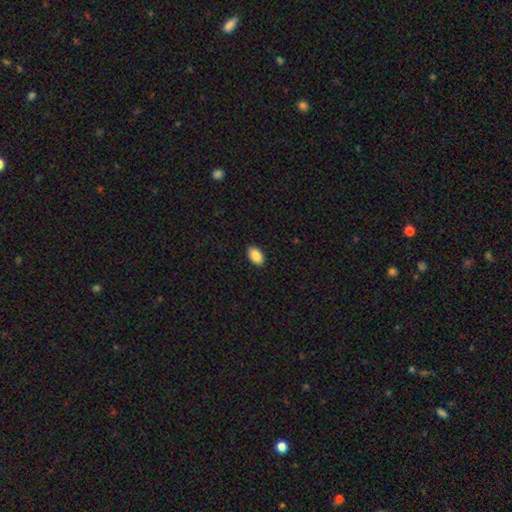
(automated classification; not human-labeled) smooth-or-featured: smooth: 89% | star or artifact: 7% | featured or disk: 4%
  how-rounded: in between: 94% | round: 5% | cigar-shaped: 1%
  merging: none: 91% | minor disturbance: 7% | major disturbance: 2% | merger: 1%